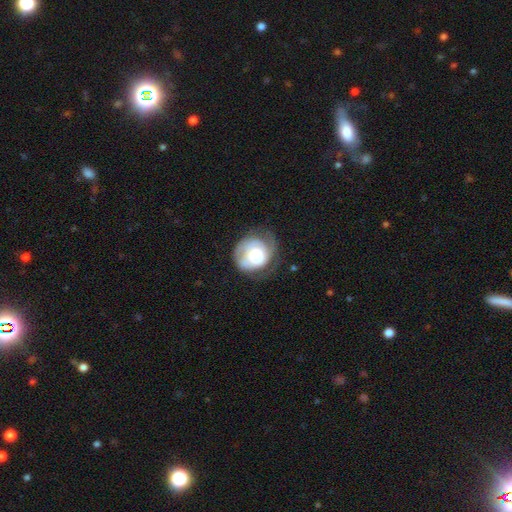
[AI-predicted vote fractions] Smooth or featured?
  - featured or disk: 50% *
  - smooth: 42%
  - star or artifact: 7%
Edge-on disk?
  - no: 97% *
  - yes: 3%
Merging?
  - none: 45% *
  - minor disturbance: 30%
  - major disturbance: 23%
  - merger: 2%